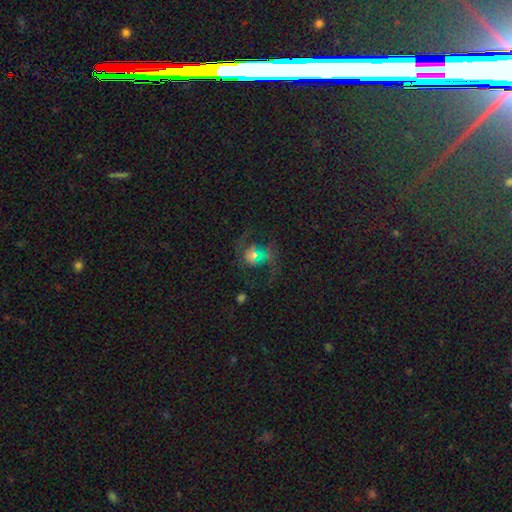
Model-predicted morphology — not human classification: This is possibly a featured or disk galaxy (56%). It is clearly not viewed edge-on (97%). Bar: likely no (63%). Spiral arm pattern: likely yes (72%). Central bulge: possibly moderate (50%). Merging: possibly none (48%).